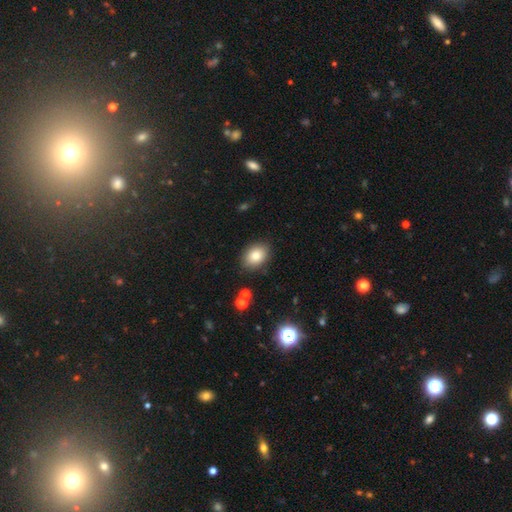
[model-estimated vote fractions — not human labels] The model was most divided on "how rounded": in between: 73%, round: 26%, cigar-shaped: 1%. More confident: merging — none (87%); smooth or featured — smooth (82%).